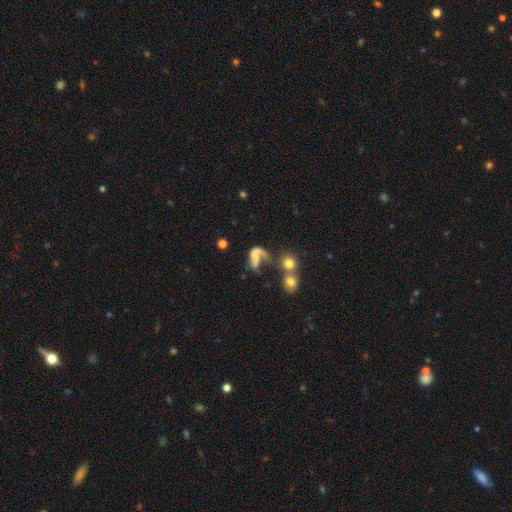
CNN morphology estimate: type=featured or disk (57%); edge-on=no (96%); bar=no (64%); spiral arms=yes (72%); bulge=none (38%); merging=major disturbance (35%).